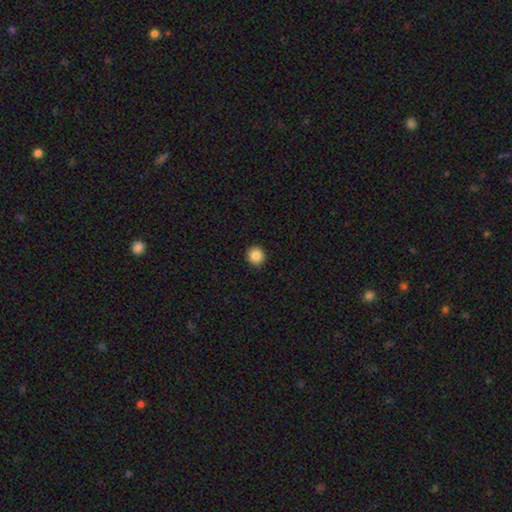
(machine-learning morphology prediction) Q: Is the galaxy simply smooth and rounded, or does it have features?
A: smooth — 86%.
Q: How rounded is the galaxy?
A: round — 95%.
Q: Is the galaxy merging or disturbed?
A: none — 93%.